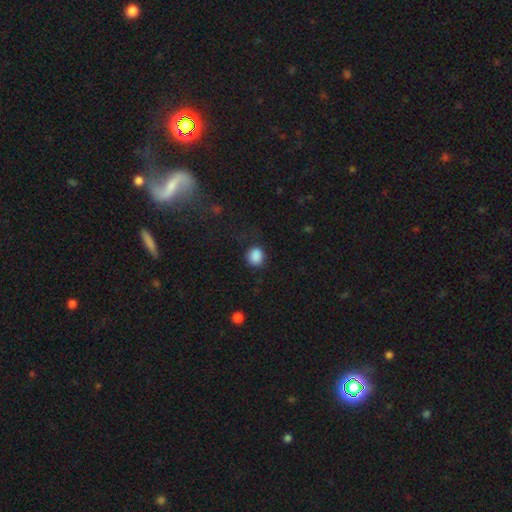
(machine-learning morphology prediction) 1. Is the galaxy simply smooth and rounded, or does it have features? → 87% smooth, 9% star or artifact, 4% featured or disk.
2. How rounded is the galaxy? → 72% round, 27% in between, 1% cigar-shaped.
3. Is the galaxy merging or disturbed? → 76% none, 16% minor disturbance, 7% major disturbance, 2% merger.